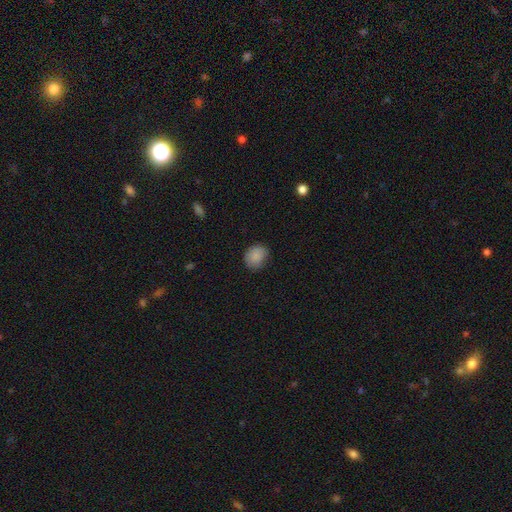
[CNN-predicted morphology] Smooth or featured? smooth (87%)
How rounded? round (60%)
Merging? none (75%)